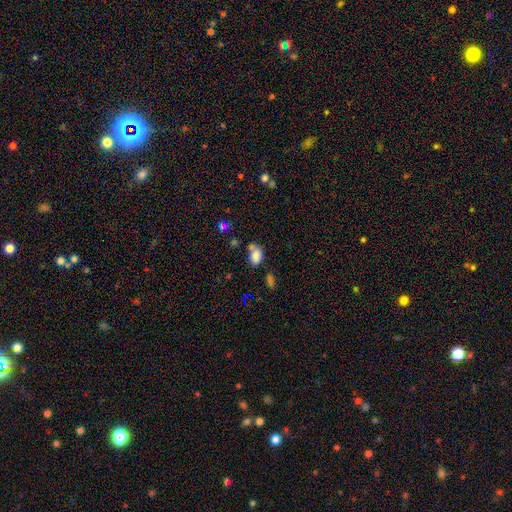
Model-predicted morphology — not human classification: Smooth or featured?
  - smooth: 80% *
  - star or artifact: 12%
  - featured or disk: 7%
How rounded?
  - in between: 85% *
  - round: 13%
  - cigar-shaped: 2%
Merging?
  - none: 48% *
  - merger: 24%
  - minor disturbance: 20%
  - major disturbance: 8%